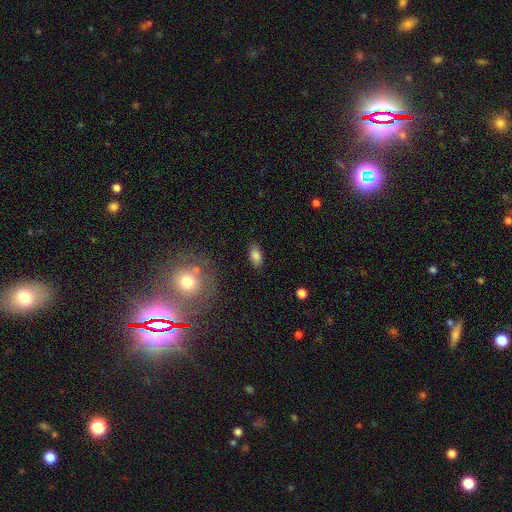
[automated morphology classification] A smooth galaxy with no disk features (84%) that is in between round and cigar-shaped (91%).

Vote fractions:
- Smooth or featured? smooth: 84% / star or artifact: 9% / featured or disk: 7%
- How rounded? in between: 91% / round: 5% / cigar-shaped: 5%
- Merging? none: 85% / minor disturbance: 10% / major disturbance: 3% / merger: 2%